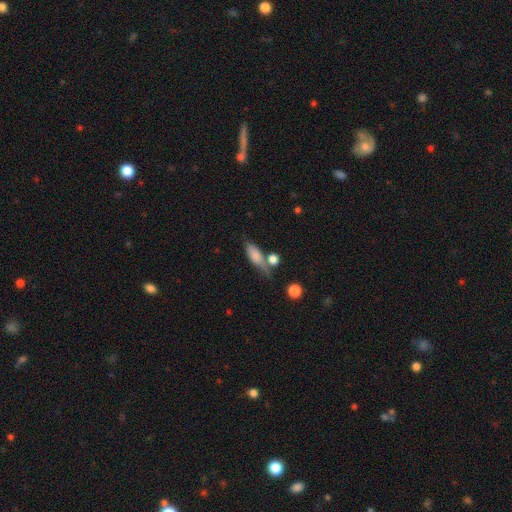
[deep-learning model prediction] smooth-or-featured: smooth: 76% | featured or disk: 16% | star or artifact: 8%
  how-rounded: in between: 62% | cigar-shaped: 33% | round: 5%
  merging: none: 49% | minor disturbance: 22% | merger: 20% | major disturbance: 9%